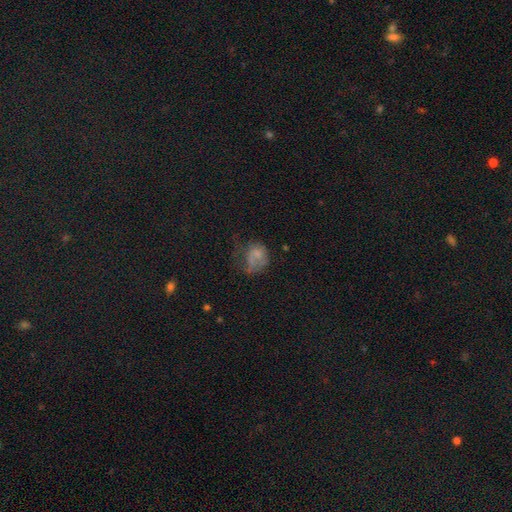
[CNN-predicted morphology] This is possibly a smooth galaxy (55%). How rounded: possibly in between (52%). Merging: marginally major disturbance (43%).